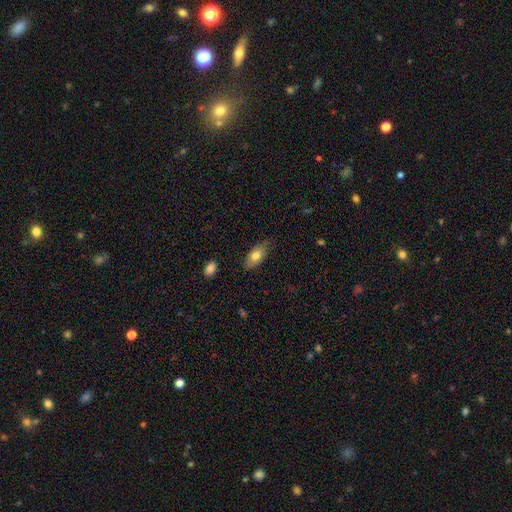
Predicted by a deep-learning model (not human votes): A smooth galaxy with no disk features (75%) that is in between round and cigar-shaped (85%). Merging: none (77%).